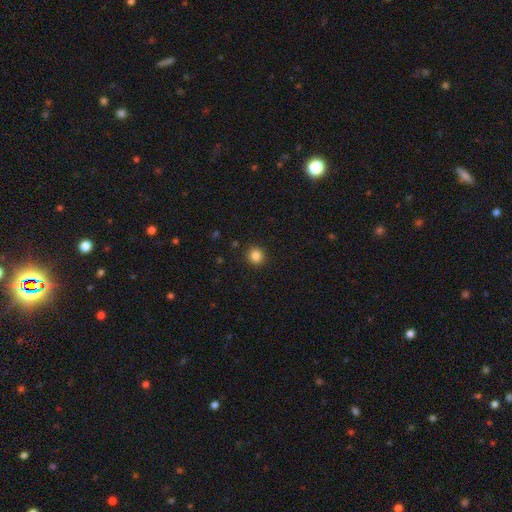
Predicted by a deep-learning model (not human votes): Q: Smooth or featured?
A: smooth (85%); runner-up: star or artifact (11%)
Q: How rounded?
A: round (91%); runner-up: in between (8%)
Q: Merging?
A: none (91%); runner-up: minor disturbance (6%)